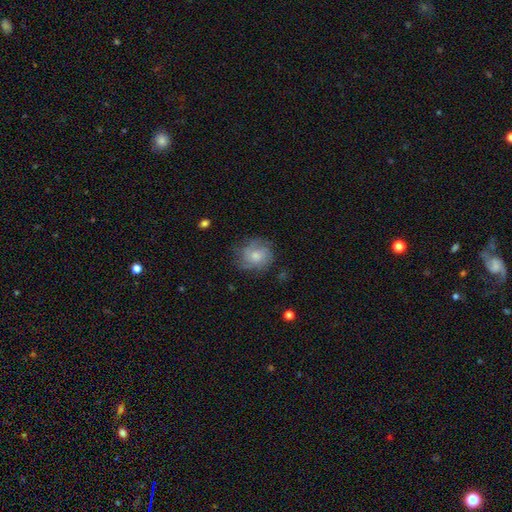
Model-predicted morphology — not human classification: Smooth or featured? smooth (49%)
Merging? none (68%)